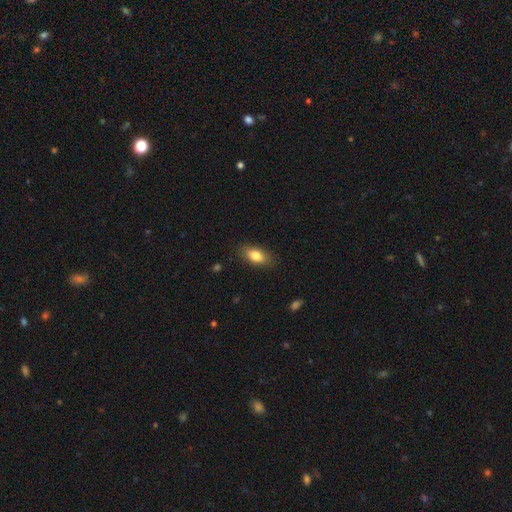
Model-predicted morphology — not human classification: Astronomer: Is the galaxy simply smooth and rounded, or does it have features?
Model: smooth — 80%.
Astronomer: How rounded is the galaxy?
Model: in between — 85%.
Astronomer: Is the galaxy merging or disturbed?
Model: none — 85%.